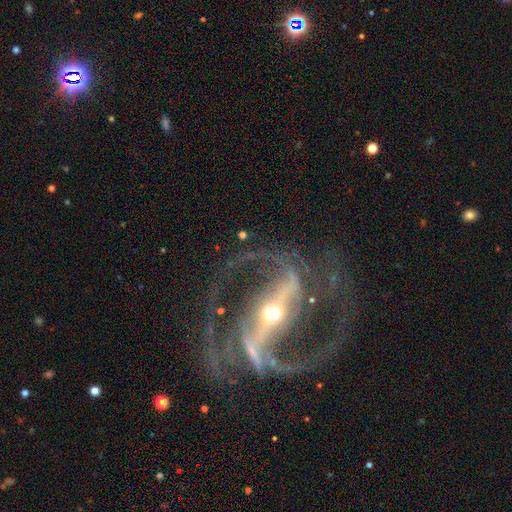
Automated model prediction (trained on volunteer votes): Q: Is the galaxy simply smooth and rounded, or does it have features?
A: featured or disk — 93%.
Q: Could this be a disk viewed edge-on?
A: no — 96%.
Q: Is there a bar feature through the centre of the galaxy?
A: strong — 79%.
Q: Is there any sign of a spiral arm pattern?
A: yes — 98%.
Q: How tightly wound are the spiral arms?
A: medium — 61%.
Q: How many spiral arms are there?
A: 2 — 91%.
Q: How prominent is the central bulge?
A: small — 57%.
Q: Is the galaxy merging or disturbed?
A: none — 74%.